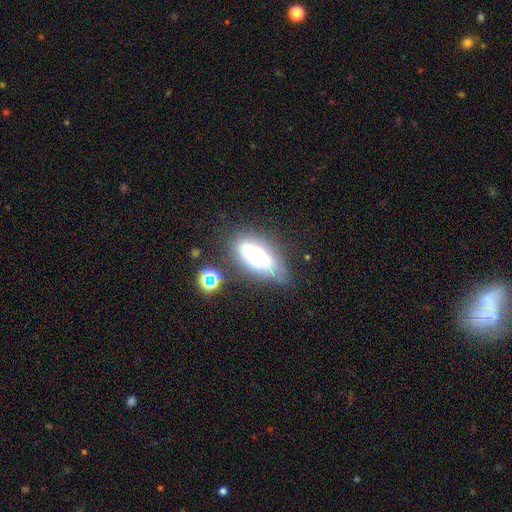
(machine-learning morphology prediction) This is likely a smooth galaxy (60%). How rounded: likely in between (79%). Merging: possibly none (53%).